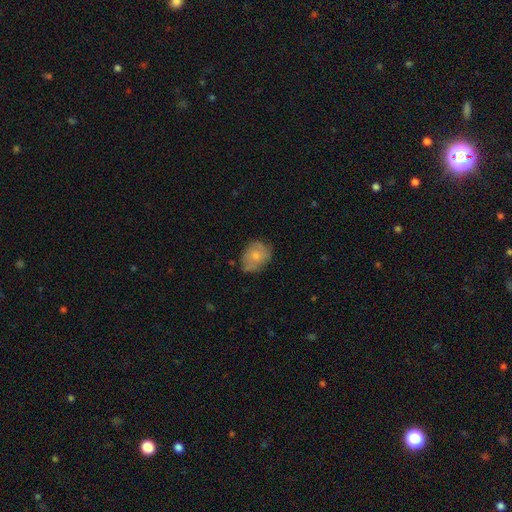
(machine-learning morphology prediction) The model was most divided on "how rounded": in between: 53%, round: 46%, cigar-shaped: 1%. More confident: smooth or featured — smooth (68%); merging — none (63%).